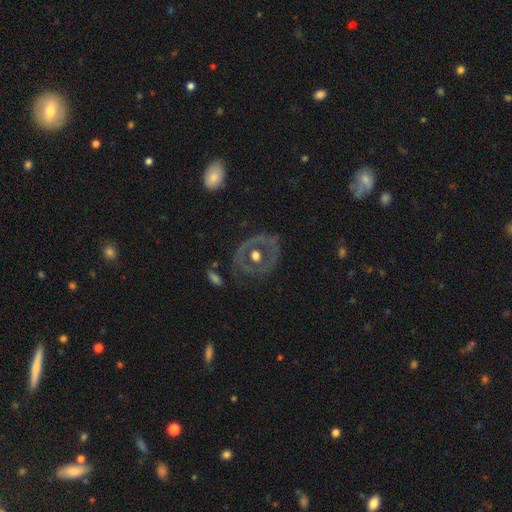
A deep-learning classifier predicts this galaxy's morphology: featured or disk 61%, smooth 32%, star or artifact 8%. Down the decision tree: edge-on disk — no (94%); bar — no (87%); spiral arms — no (86%); bulge size — moderate (70%); merging — none (72%).